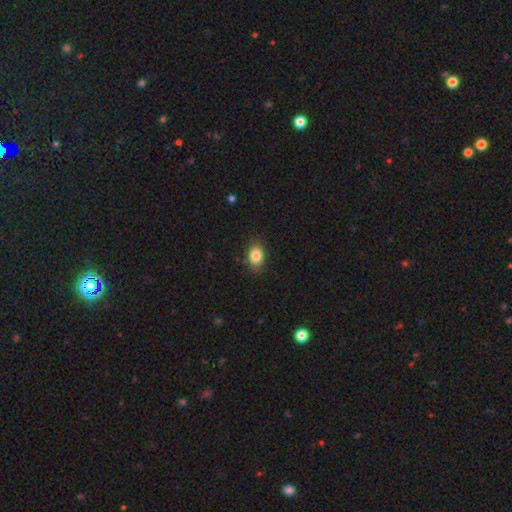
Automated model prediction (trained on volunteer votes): This appears to be a smooth galaxy with no disk features (85%) that is in between round and cigar-shaped (73%). Merging: none (82%).